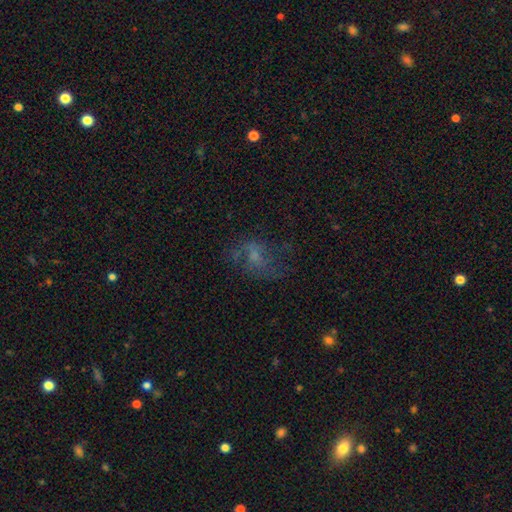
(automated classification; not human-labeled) Smooth or featured? featured or disk (47%)
Merging? none (47%)